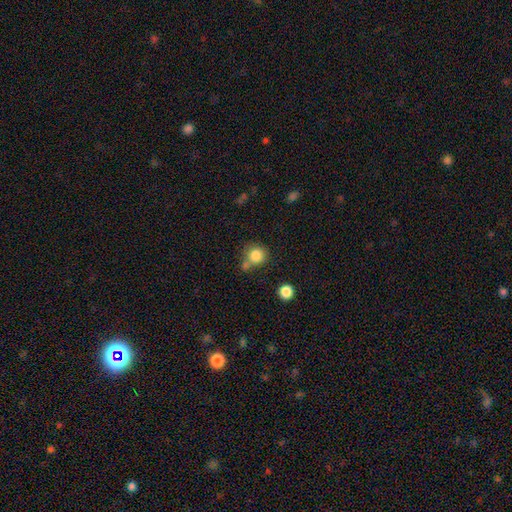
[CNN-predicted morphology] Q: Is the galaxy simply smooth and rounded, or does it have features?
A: smooth — 82%.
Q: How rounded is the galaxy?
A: round — 88%.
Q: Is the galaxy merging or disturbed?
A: none — 59%.